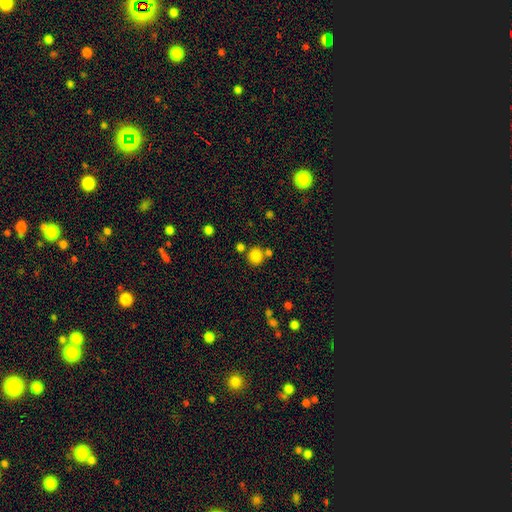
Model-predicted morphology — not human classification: smooth-or-featured: smooth: 83% | star or artifact: 12% | featured or disk: 5%
  how-rounded: round: 83% | in between: 16% | cigar-shaped: 1%
  merging: none: 72% | merger: 15% | minor disturbance: 10% | major disturbance: 4%